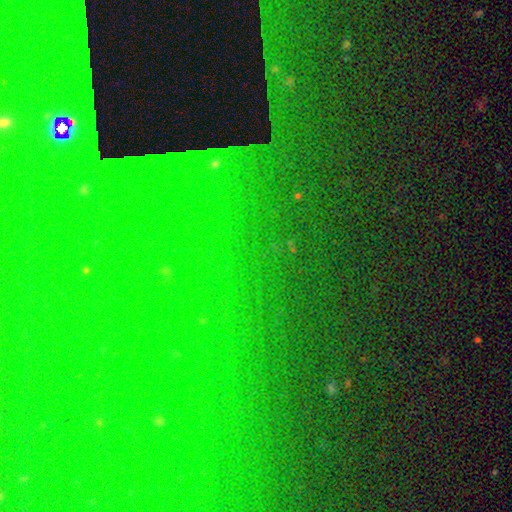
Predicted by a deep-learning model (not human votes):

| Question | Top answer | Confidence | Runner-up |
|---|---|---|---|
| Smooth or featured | star or artifact | 81% | smooth (10%) |